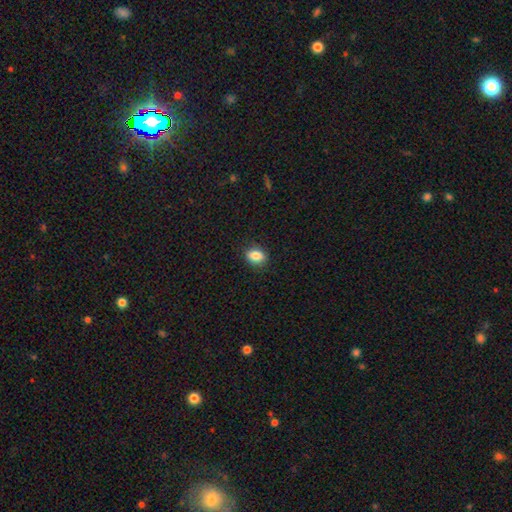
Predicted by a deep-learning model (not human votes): A smooth galaxy with no disk features (85%) that is in between round and cigar-shaped (75%).

Vote fractions:
- Smooth or featured? smooth: 85% / star or artifact: 9% / featured or disk: 6%
- How rounded? in between: 75% / round: 23% / cigar-shaped: 2%
- Merging? none: 87% / minor disturbance: 10% / major disturbance: 2% / merger: 1%